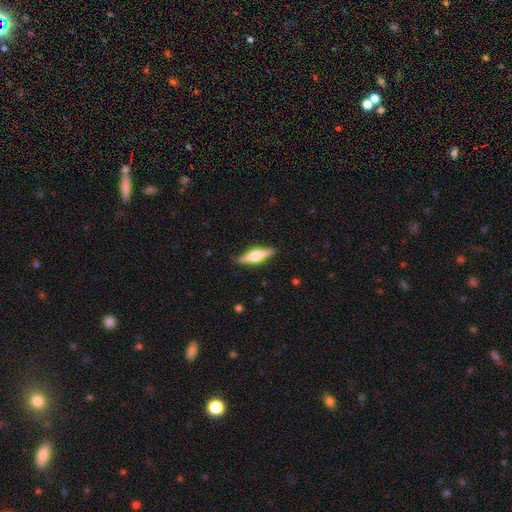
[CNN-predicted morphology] Smooth or featured?
  - featured or disk: 68% *
  - smooth: 26%
  - star or artifact: 6%
Edge-on disk?
  - yes: 97% *
  - no: 3%
Edge-on bulge?
  - rounded: 91% *
  - boxy: 7%
  - none: 2%
Merging?
  - none: 88% *
  - minor disturbance: 9%
  - major disturbance: 2%
  - merger: 1%